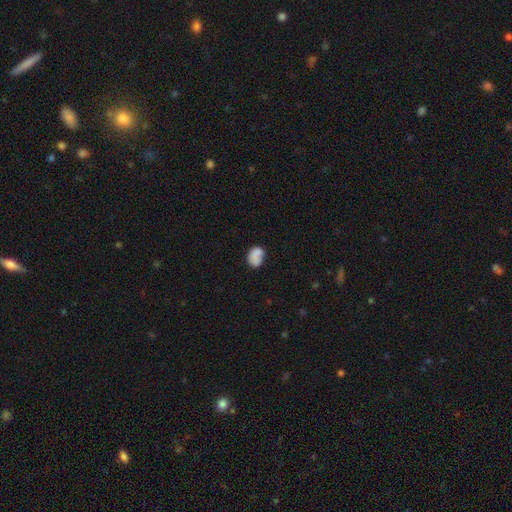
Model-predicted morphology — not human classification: Smooth or featured? Predicted: smooth (p=0.76). How rounded? Predicted: in between (p=0.65). Merging? Predicted: none (p=0.50).